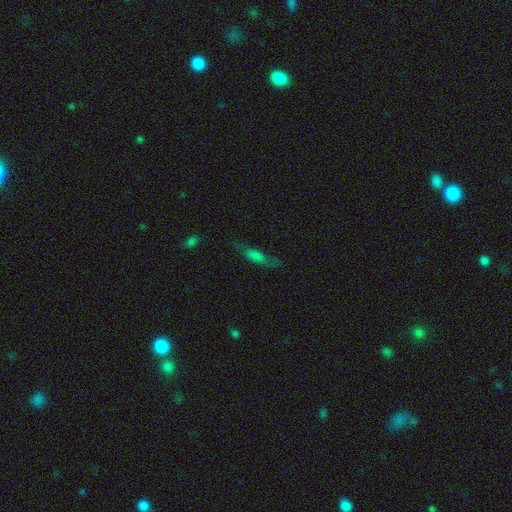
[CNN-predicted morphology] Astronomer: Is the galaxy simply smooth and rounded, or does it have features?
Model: smooth — 48% (runner-up: featured or disk, 35%).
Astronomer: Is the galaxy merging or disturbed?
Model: none — 62%.